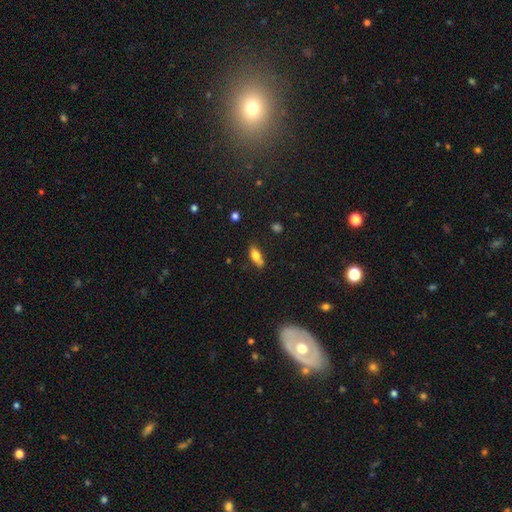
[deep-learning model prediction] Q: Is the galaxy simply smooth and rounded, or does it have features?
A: smooth — 75%.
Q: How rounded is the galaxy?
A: in between — 78%.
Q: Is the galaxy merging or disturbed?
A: none — 71%.